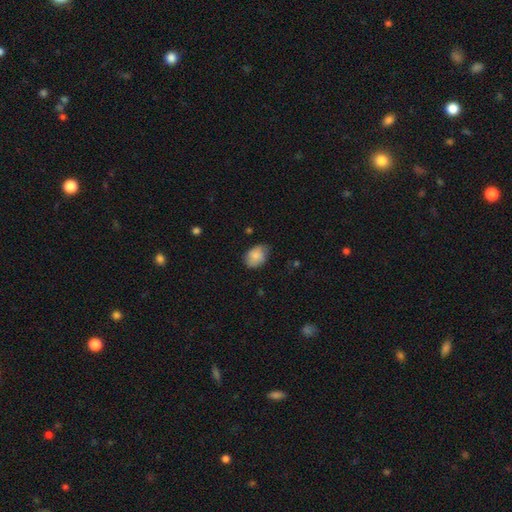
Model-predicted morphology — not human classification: The model was most divided on "merging": none: 68%, minor disturbance: 26%, major disturbance: 4%, merger: 1%. More confident: smooth or featured — smooth (84%); how rounded — in between (73%).